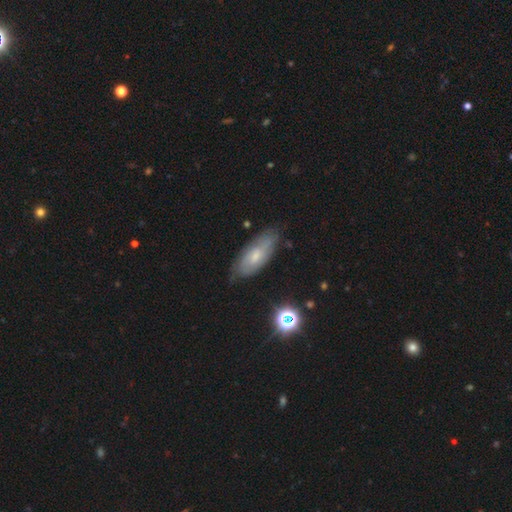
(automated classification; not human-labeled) This is possibly a featured or disk galaxy (46%). Merging: likely none (71%).